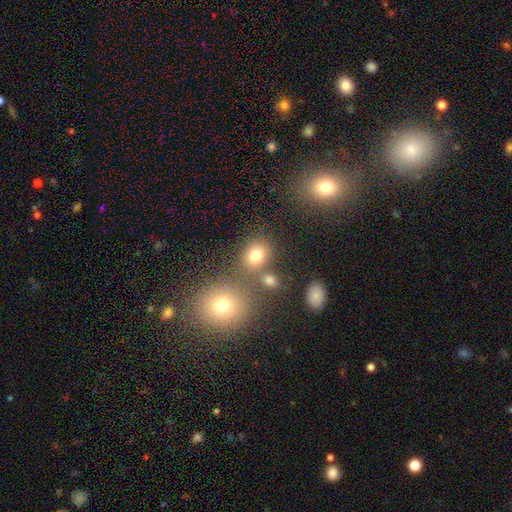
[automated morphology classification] Smooth or featured? smooth (76%)
How rounded? round (61%)
Merging? none (66%)